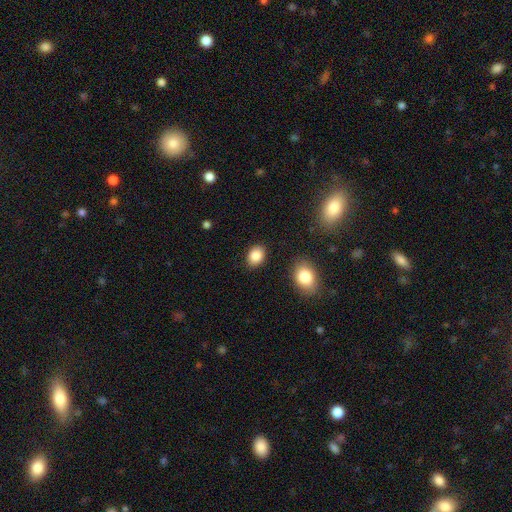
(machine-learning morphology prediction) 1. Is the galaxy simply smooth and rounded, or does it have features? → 86% smooth, 9% star or artifact, 6% featured or disk.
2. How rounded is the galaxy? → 70% in between, 29% round, 1% cigar-shaped.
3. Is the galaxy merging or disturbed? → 86% none, 9% minor disturbance, 2% major disturbance, 2% merger.